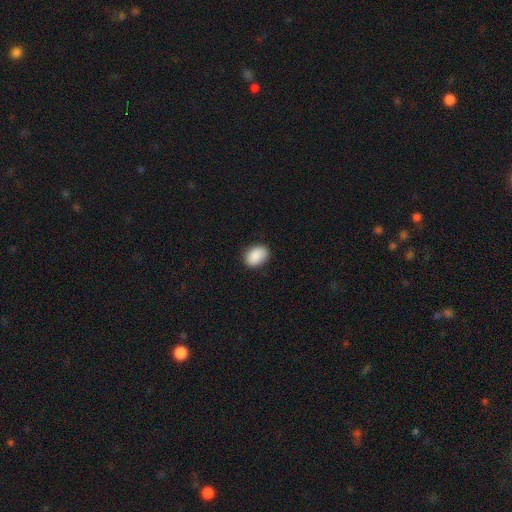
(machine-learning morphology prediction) Q: Smooth or featured?
A: smooth (89%); runner-up: star or artifact (7%)
Q: How rounded?
A: in between (75%); runner-up: round (24%)
Q: Merging?
A: none (84%); runner-up: minor disturbance (13%)